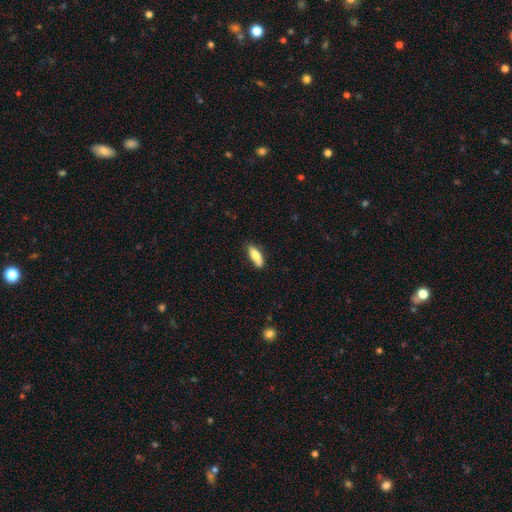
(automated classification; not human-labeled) Smooth or featured: smooth — 78% (featured or disk — 16%)
How rounded: in between — 63% (cigar-shaped — 35%)
Merging: none — 72% (minor disturbance — 21%)